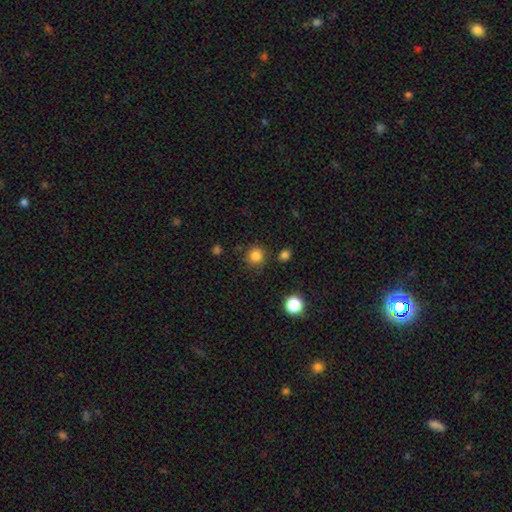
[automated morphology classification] Smooth or featured?
  - smooth: 83% *
  - star or artifact: 12%
  - featured or disk: 4%
How rounded?
  - round: 92% *
  - in between: 7%
  - cigar-shaped: 1%
Merging?
  - none: 84% *
  - minor disturbance: 9%
  - merger: 4%
  - major disturbance: 3%